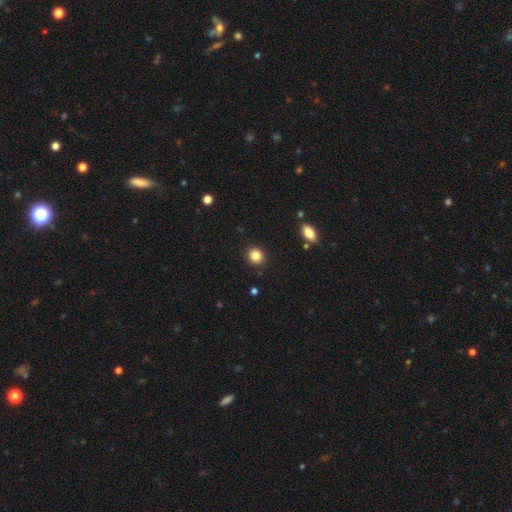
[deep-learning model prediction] This appears to be a smooth galaxy with no disk features (85%) that is round (86%). Merging: none (91%).